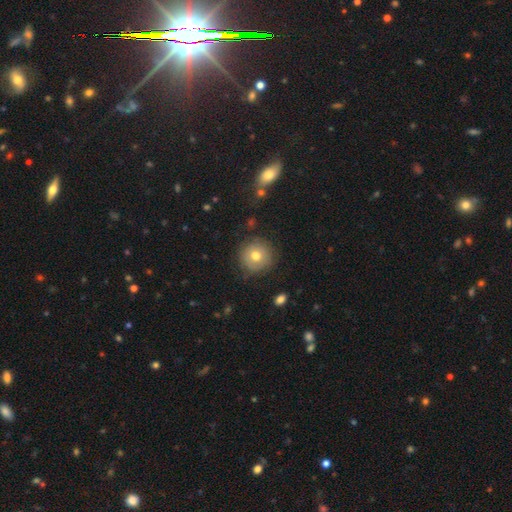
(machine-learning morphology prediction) A smooth galaxy with no disk features (70%) that is round (94%). Merging: none (84%).